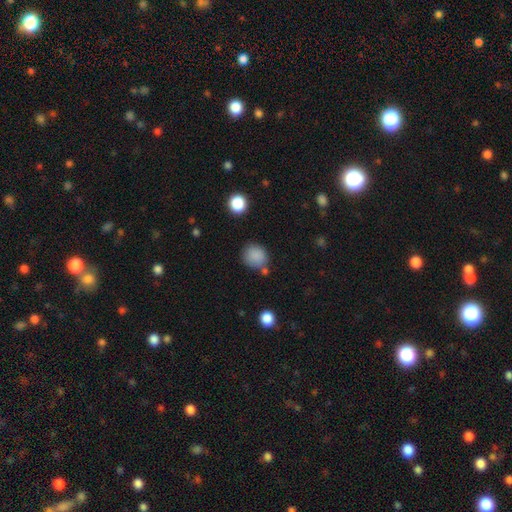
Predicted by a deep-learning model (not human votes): Q: Smooth or featured?
A: smooth (85%); runner-up: star or artifact (10%)
Q: How rounded?
A: round (83%); runner-up: in between (16%)
Q: Merging?
A: none (71%); runner-up: minor disturbance (16%)